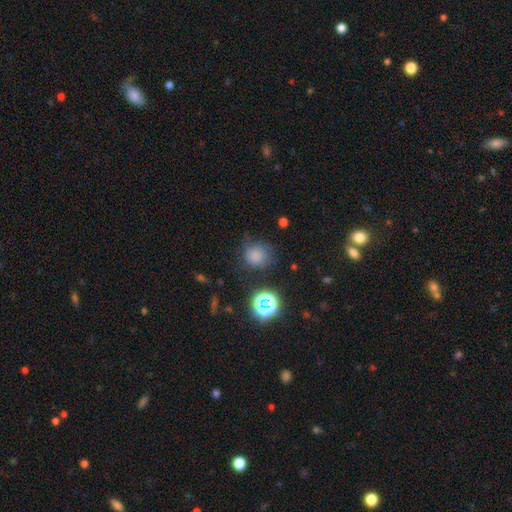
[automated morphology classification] Smooth or featured? Predicted: smooth (p=0.74). How rounded? Predicted: round (p=0.85). Merging? Predicted: none (p=0.63).